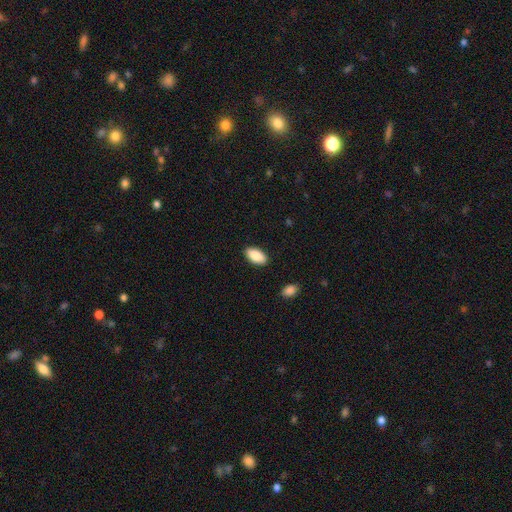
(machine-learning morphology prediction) Q: Smooth or featured?
A: smooth (88%); runner-up: star or artifact (6%)
Q: How rounded?
A: in between (94%); runner-up: cigar-shaped (3%)
Q: Merging?
A: none (89%); runner-up: minor disturbance (8%)